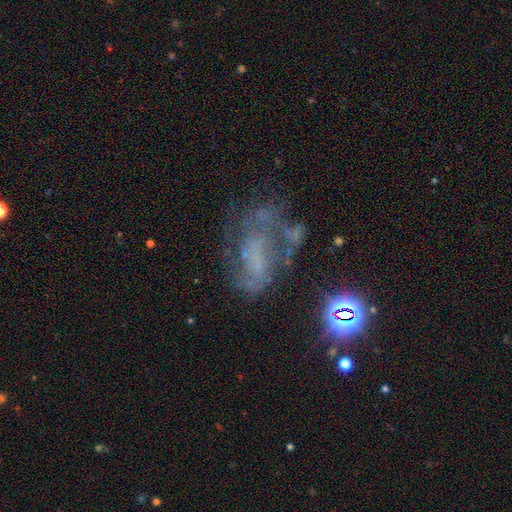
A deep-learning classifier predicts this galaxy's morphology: The model was most divided on "merging": none: 42%, major disturbance: 31%, minor disturbance: 20%, merger: 7%. More confident: edge-on disk — no (97%); bulge size — none (70%); bar — no (64%); smooth or featured — featured or disk (60%); spiral arms — yes (56%).